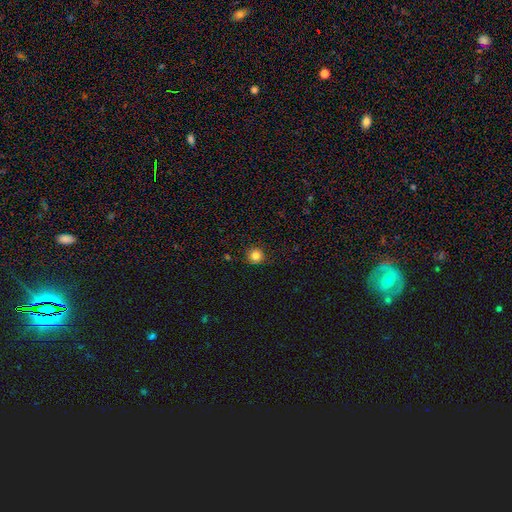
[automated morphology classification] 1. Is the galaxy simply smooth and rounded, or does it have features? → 84% smooth, 11% star or artifact, 5% featured or disk.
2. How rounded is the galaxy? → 95% round, 4% in between, 1% cigar-shaped.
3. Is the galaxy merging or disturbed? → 91% none, 6% minor disturbance, 2% major disturbance, 1% merger.